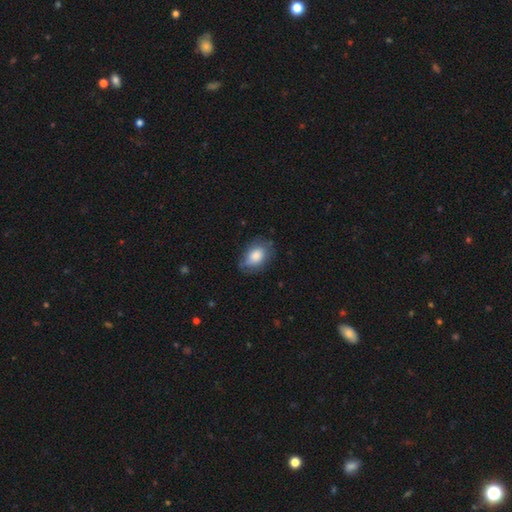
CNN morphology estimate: Smooth or featured: smooth — 79% (featured or disk — 14%)
How rounded: in between — 83% (round — 15%)
Merging: none — 64% (minor disturbance — 27%)